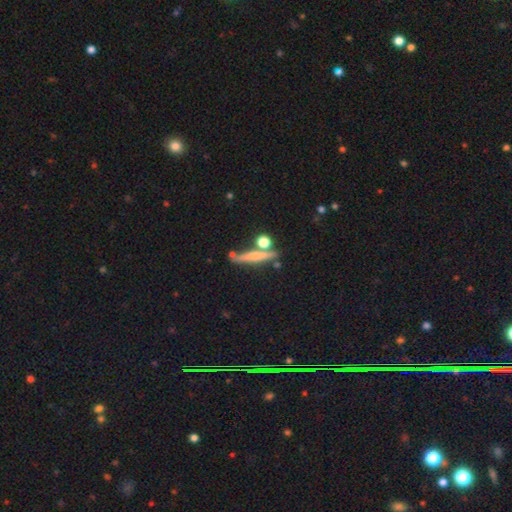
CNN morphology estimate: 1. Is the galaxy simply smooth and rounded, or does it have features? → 45% smooth, 44% featured or disk, 10% star or artifact.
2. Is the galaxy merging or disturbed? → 71% none, 13% merger, 13% minor disturbance, 4% major disturbance.